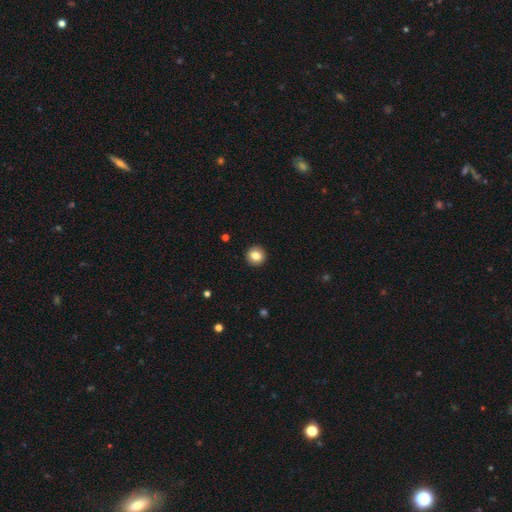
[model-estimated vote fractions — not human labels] Morphology: type=smooth (84%); roundness=round (93%); merging=none (93%).